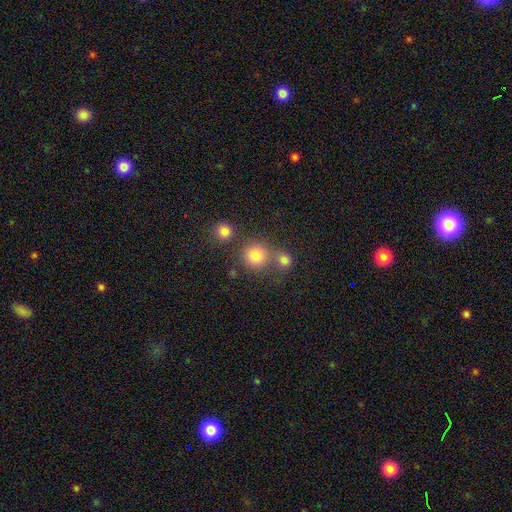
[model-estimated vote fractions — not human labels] Q: Smooth or featured?
A: smooth (81%); runner-up: star or artifact (13%)
Q: How rounded?
A: round (90%); runner-up: in between (9%)
Q: Merging?
A: none (61%); runner-up: merger (27%)